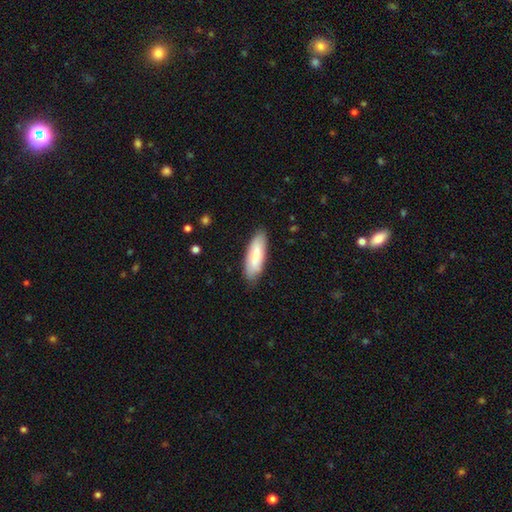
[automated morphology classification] Q: Smooth or featured?
A: smooth (75%); runner-up: featured or disk (19%)
Q: How rounded?
A: in between (59%); runner-up: cigar-shaped (39%)
Q: Merging?
A: none (84%); runner-up: minor disturbance (12%)